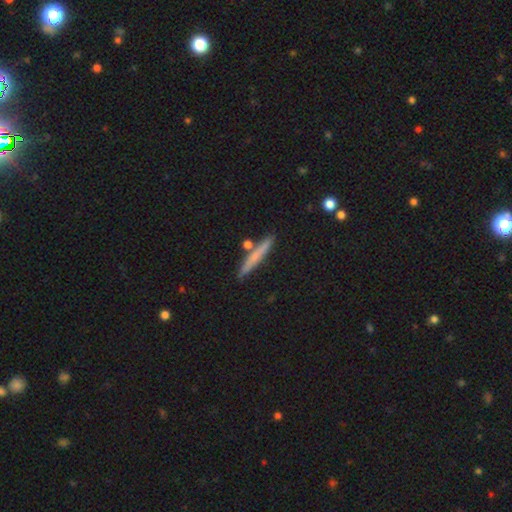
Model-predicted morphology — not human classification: This is likely a smooth galaxy (63%). How rounded: clearly cigar-shaped (95%). Merging: clearly none (82%).